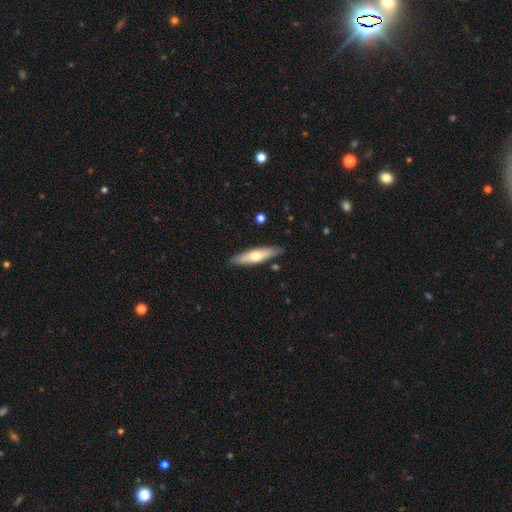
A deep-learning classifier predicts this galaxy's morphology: This appears to be a smooth galaxy with no disk features (53%) that is cigar-shaped (66%). Merging: none (86%).